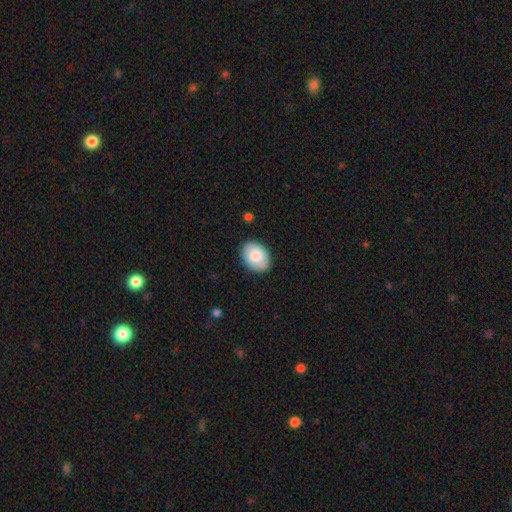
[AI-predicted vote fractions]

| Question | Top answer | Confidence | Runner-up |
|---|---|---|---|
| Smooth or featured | smooth | 82% | featured or disk (12%) |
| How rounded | in between | 77% | round (22%) |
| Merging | none | 87% | minor disturbance (10%) |